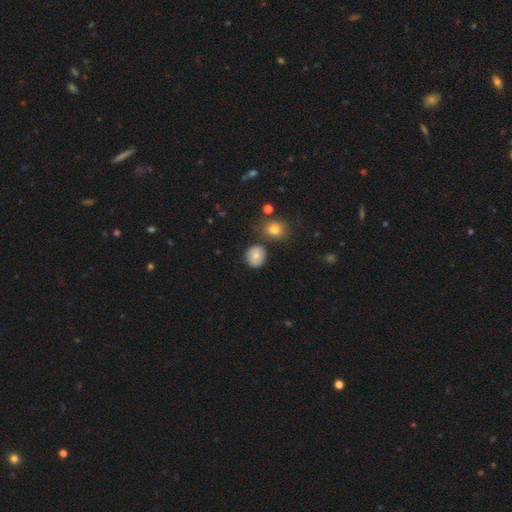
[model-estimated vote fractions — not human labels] smooth-or-featured: smooth: 78% | featured or disk: 13% | star or artifact: 9%
  how-rounded: round: 83% | in between: 16% | cigar-shaped: 1%
  merging: none: 78% | minor disturbance: 13% | merger: 6% | major disturbance: 3%